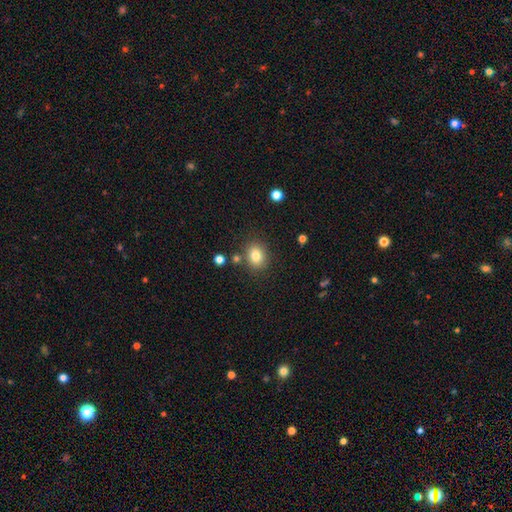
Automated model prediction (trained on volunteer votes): A smooth galaxy with no disk features (81%) that is round (54%).

Vote fractions:
- Smooth or featured? smooth: 81% / star or artifact: 11% / featured or disk: 8%
- How rounded? round: 54% / in between: 45% / cigar-shaped: 1%
- Merging? none: 80% / minor disturbance: 11% / merger: 6% / major disturbance: 3%